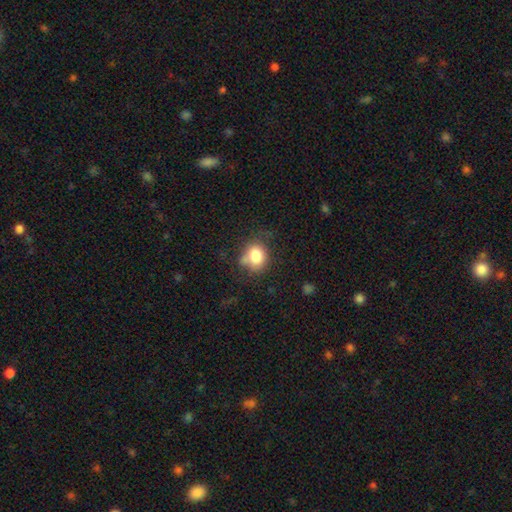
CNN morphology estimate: The model was most divided on "how rounded": round: 63%, in between: 36%, cigar-shaped: 1%. More confident: smooth or featured — smooth (80%); merging — none (59%).